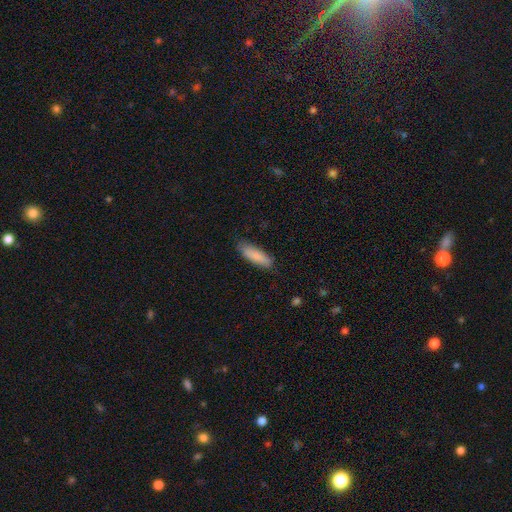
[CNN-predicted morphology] This is clearly a smooth galaxy (87%). How rounded: possibly cigar-shaped (52%). Merging: clearly none (83%).